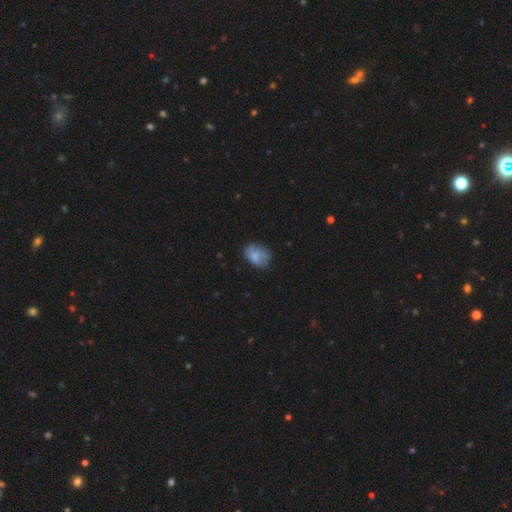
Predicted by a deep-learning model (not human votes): smooth 76%, featured or disk 15%, star or artifact 8%. Down the decision tree: how rounded — in between (69%); merging — none (60%).